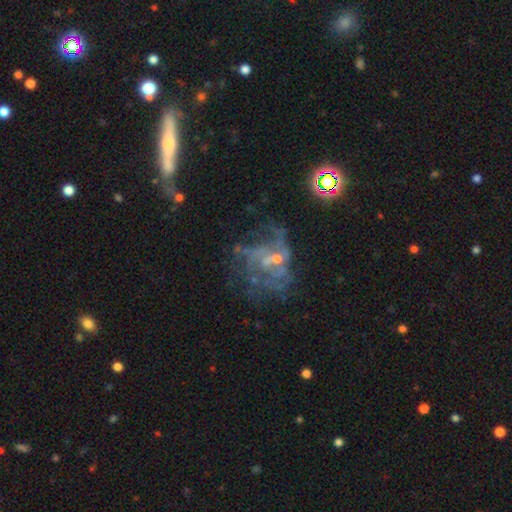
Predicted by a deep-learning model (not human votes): Smooth or featured?
  - featured or disk: 69% *
  - star or artifact: 19%
  - smooth: 12%
Edge-on disk?
  - no: 98% *
  - yes: 2%
Bar?
  - no: 69% *
  - weak: 25%
  - strong: 5%
Spiral arms?
  - no: 52% *
  - yes: 48%
Bulge size?
  - small: 50% *
  - moderate: 27%
  - none: 19%
  - large: 2%
  - dominant: 1%
Merging?
  - none: 37% *
  - major disturbance: 36%
  - minor disturbance: 15%
  - merger: 12%